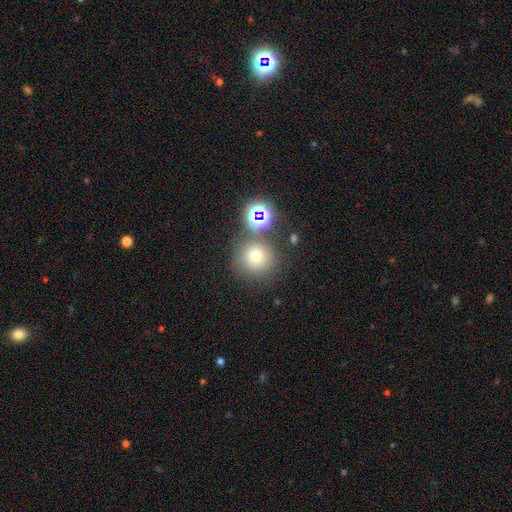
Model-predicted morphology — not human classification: A smooth galaxy with no disk features (70%) that is round (93%). Merging: none (71%).